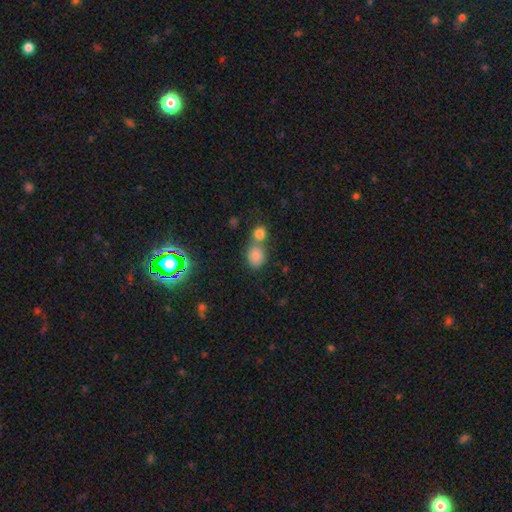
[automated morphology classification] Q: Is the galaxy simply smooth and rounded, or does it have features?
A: smooth — 78%.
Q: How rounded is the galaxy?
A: round — 62%.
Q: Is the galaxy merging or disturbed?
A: merger — 46%.